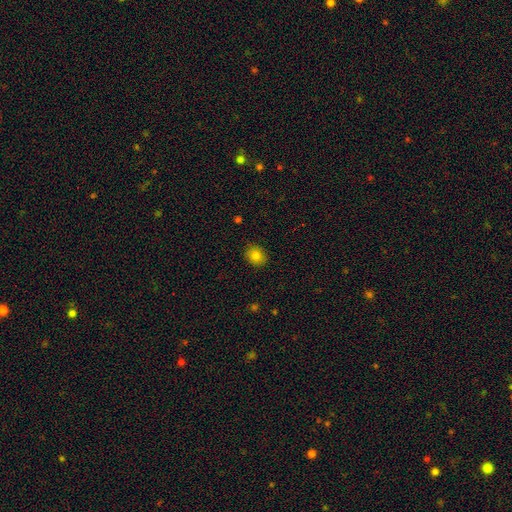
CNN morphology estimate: type=smooth (83%); roundness=round (55%); merging=none (88%).